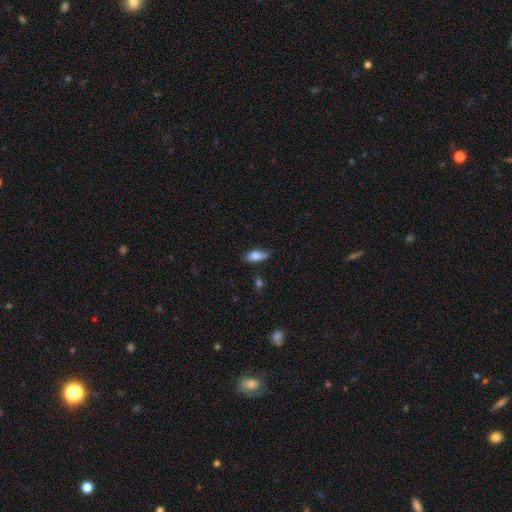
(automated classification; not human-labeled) smooth 68%, featured or disk 25%, star or artifact 7%. Down the decision tree: how rounded — in between (70%); merging — none (73%).